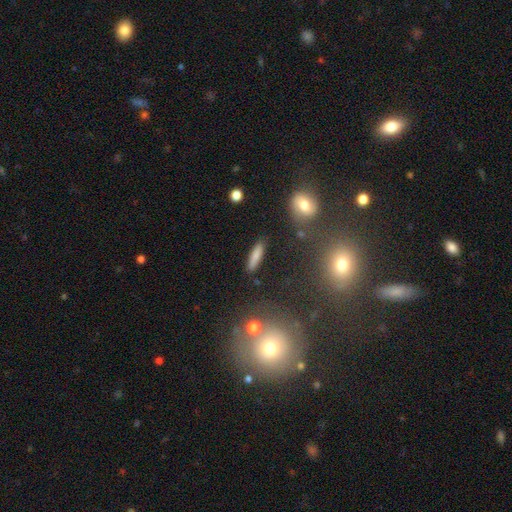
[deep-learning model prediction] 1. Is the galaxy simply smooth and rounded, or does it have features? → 80% smooth, 12% featured or disk, 8% star or artifact.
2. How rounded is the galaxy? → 80% cigar-shaped, 18% in between, 2% round.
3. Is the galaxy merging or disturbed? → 87% none, 9% minor disturbance, 2% major disturbance, 2% merger.